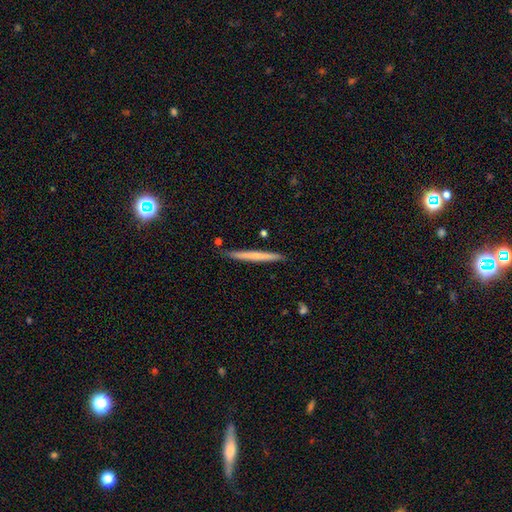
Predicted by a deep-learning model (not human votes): A smooth galaxy with no disk features (59%) that is cigar-shaped (97%). Merging: none (89%).